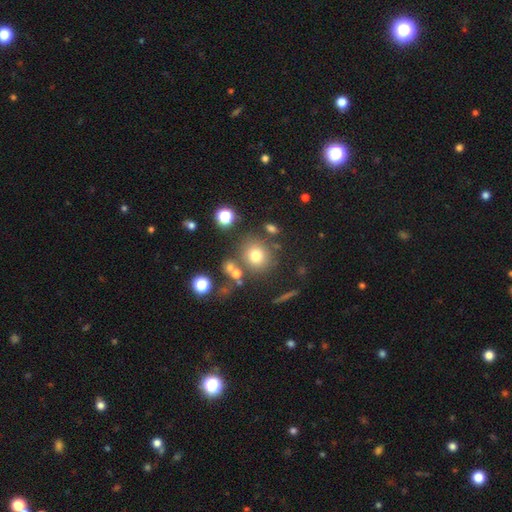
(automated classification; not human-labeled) A smooth galaxy with no disk features (72%) that is round (86%). Merging: none (73%).